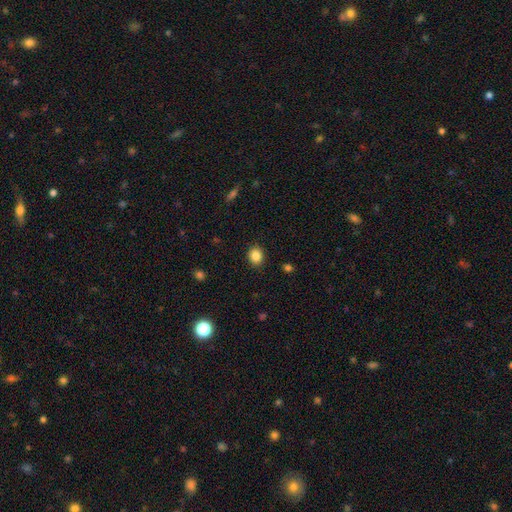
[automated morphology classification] smooth_or_featured: smooth (p=0.86) [alt: star or artifact p=0.10]
how_rounded: round (p=0.65) [alt: in between p=0.35]
merging: none (p=0.90) [alt: minor disturbance p=0.07]